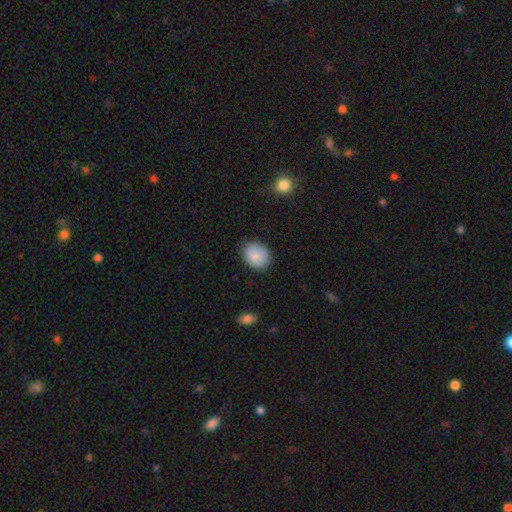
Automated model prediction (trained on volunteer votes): Smooth or featured: smooth — 86% (star or artifact — 7%)
How rounded: round — 57% (in between — 42%)
Merging: none — 84% (minor disturbance — 12%)